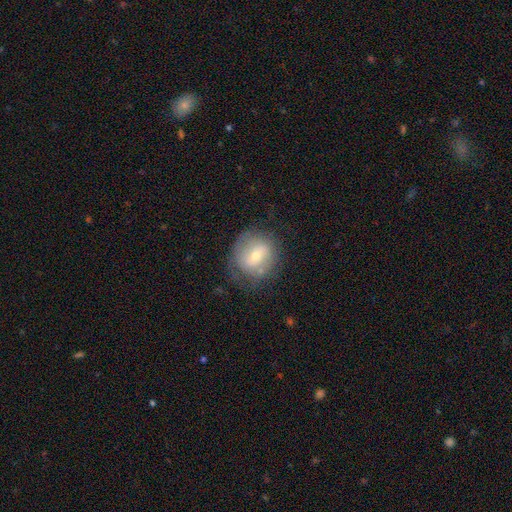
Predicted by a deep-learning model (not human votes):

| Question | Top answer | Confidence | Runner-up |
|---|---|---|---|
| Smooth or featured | smooth | 46% | tied: featured or disk (46%) |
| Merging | none | 67% | minor disturbance (21%) |